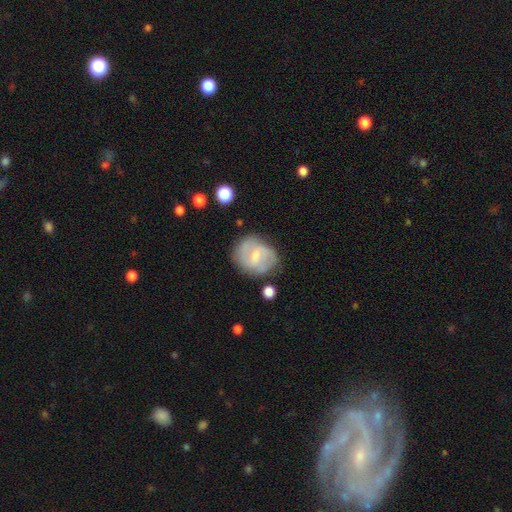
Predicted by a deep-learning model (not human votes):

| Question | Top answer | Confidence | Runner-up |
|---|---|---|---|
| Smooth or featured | featured or disk | 54% | smooth (39%) |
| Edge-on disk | no | 97% | yes (3%) |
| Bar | weak | 59% | no (24%) |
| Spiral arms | yes | 74% | no (26%) |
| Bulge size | small | 48% | moderate (35%) |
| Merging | none | 64% | minor disturbance (23%) |